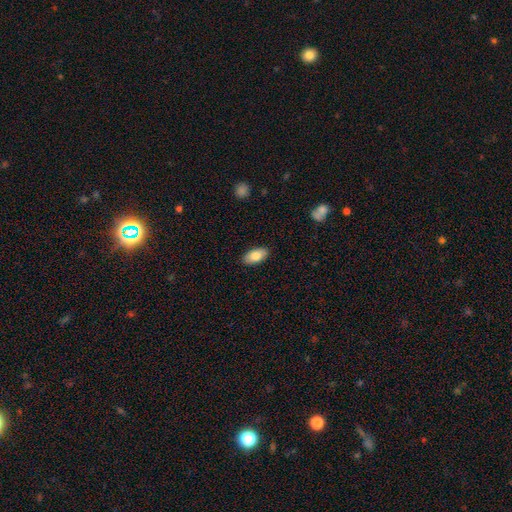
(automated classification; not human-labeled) Smooth or featured? smooth (80%)
How rounded? in between (93%)
Merging? none (89%)